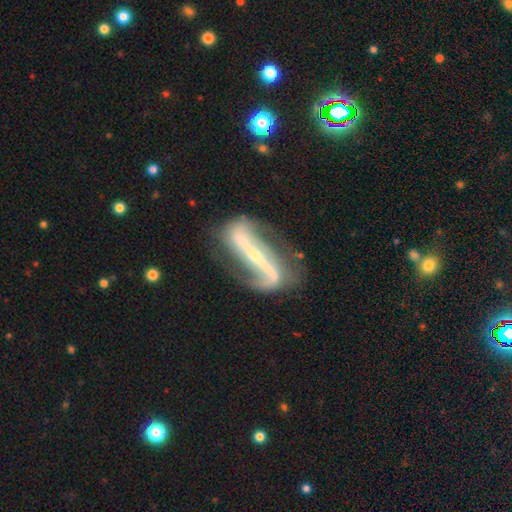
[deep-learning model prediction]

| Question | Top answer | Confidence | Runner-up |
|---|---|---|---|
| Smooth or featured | featured or disk | 88% | smooth (7%) |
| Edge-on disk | no | 81% | yes (19%) |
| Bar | strong | 77% | weak (12%) |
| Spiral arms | yes | 91% | no (9%) |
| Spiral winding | loose | 64% | medium (24%) |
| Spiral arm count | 2 | 90% | 1 (4%) |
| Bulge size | small | 73% | moderate (18%) |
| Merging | none | 68% | minor disturbance (19%) |